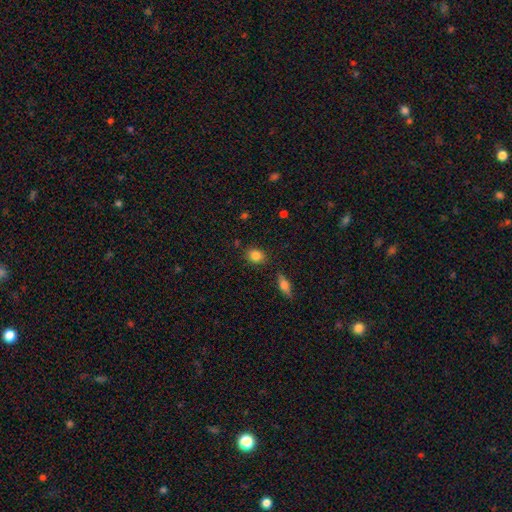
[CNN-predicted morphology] Overall: smooth (84%). How rounded: round (52%; in between 46%). Merging: none (83%).